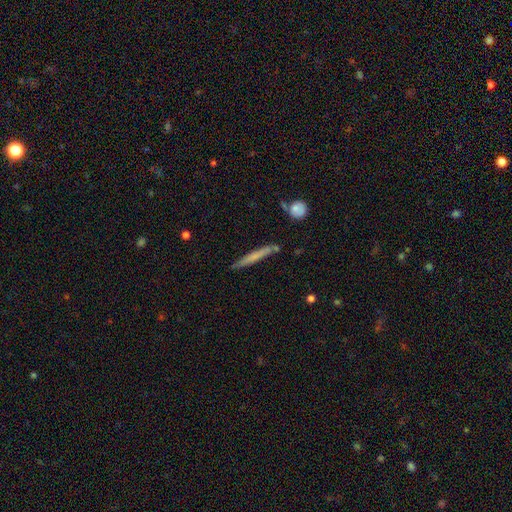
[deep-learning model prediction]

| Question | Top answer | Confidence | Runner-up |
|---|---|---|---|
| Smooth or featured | smooth | 57% | featured or disk (37%) |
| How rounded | cigar-shaped | 96% | in between (3%) |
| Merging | none | 84% | minor disturbance (11%) |